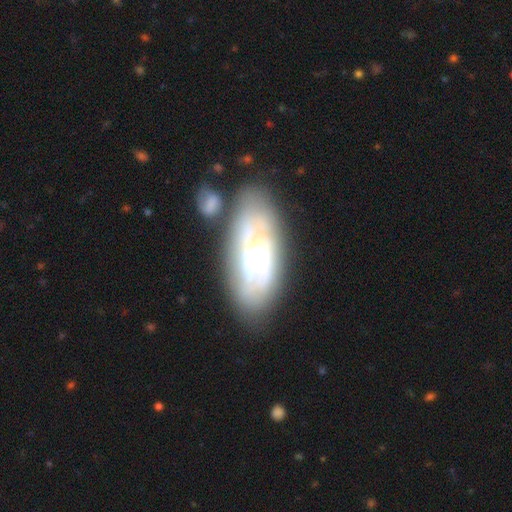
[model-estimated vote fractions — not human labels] Overall: featured or disk (76%). Edge-on disk: no (90%). Bar: no (66%; weak 27%). Spiral arms: yes (86%). Spiral arm count: can't tell (42%; 2 29%). Spiral winding: tight (57%; medium 32%). Bulge size: small (67%; moderate 27%). Merging: none (68%).